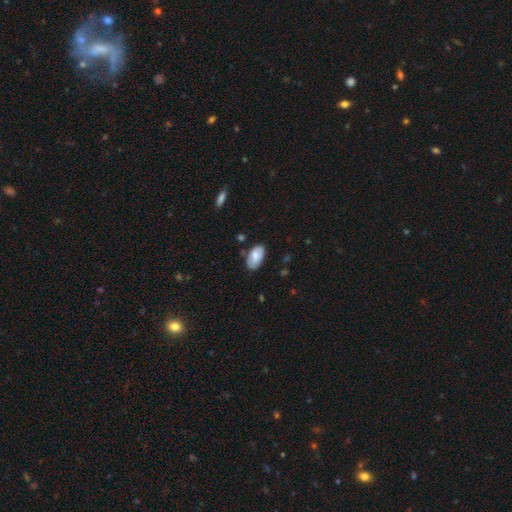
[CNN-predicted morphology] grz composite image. It shows a smooth galaxy with no disk features (74%) that is in between round and cigar-shaped (95%). Merging: none (71%).